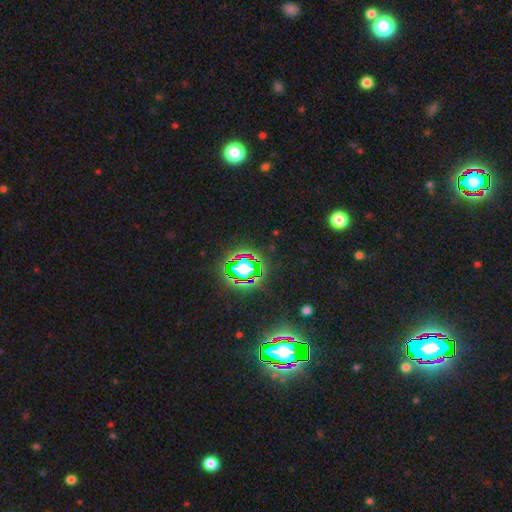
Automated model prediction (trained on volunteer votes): A star or artifact, not a galaxy (82%).

Vote fractions:
- Smooth or featured? star or artifact: 82% / smooth: 11% / featured or disk: 7%